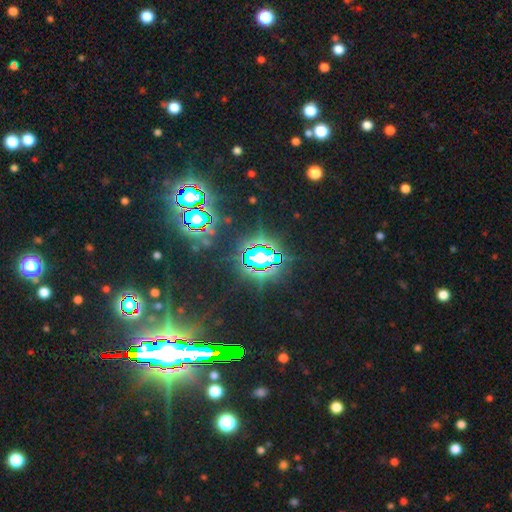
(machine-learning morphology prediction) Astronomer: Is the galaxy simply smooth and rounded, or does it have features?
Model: star or artifact — 83%.